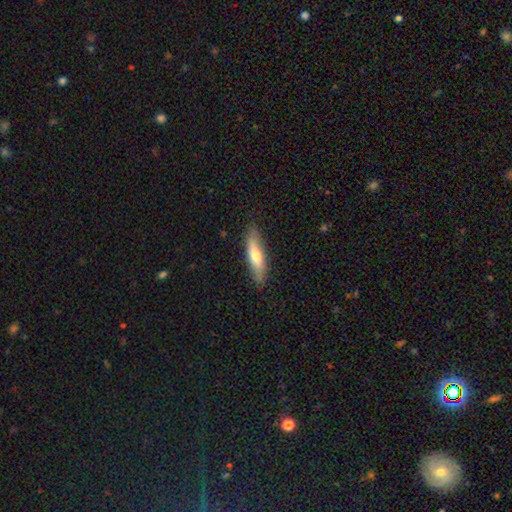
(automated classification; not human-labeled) The model was most divided on "smooth or featured": smooth: 63%, featured or disk: 32%, star or artifact: 6%. More confident: merging — none (84%); how rounded — cigar-shaped (71%).